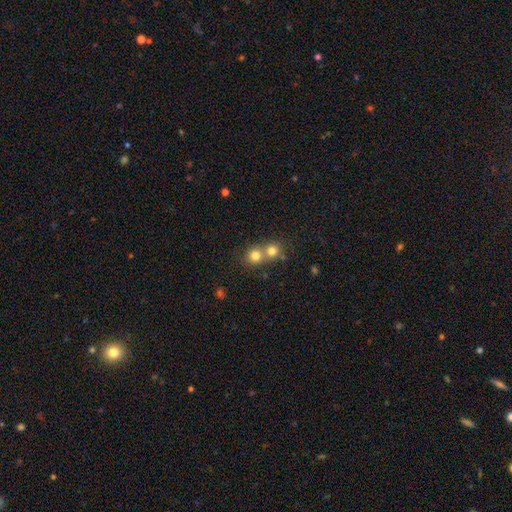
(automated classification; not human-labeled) This appears to be a smooth galaxy with no disk features (77%) that is round (85%). Merging: merger (55%).